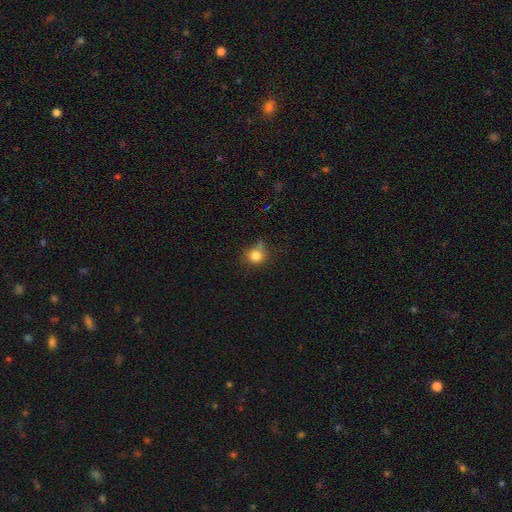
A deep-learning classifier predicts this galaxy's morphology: Smooth or featured? Predicted: smooth (p=0.80). How rounded? Predicted: round (p=0.81). Merging? Predicted: none (p=0.52).